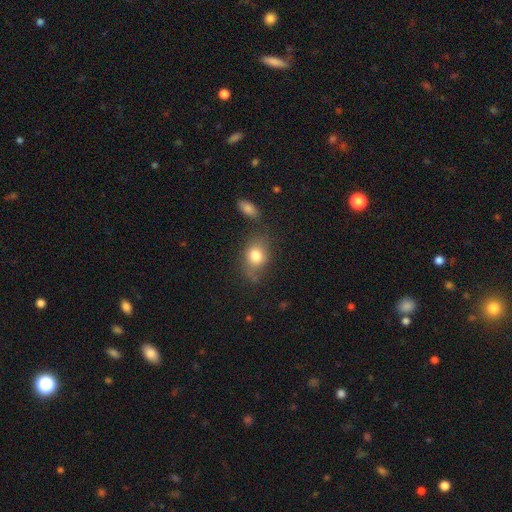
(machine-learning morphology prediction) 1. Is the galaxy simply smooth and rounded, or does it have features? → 80% smooth, 11% featured or disk, 9% star or artifact.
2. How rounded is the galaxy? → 60% in between, 39% round, 2% cigar-shaped.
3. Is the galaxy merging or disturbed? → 63% none, 21% minor disturbance, 8% merger, 8% major disturbance.